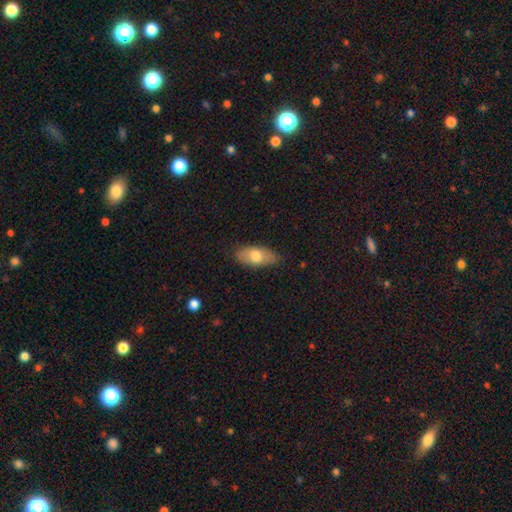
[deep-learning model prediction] smooth 70%, featured or disk 23%, star or artifact 6%. Down the decision tree: how rounded — in between (88%); merging — none (80%).